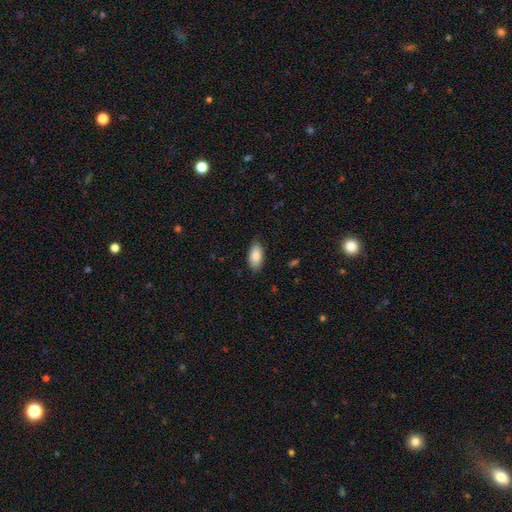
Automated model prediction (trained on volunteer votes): smooth 87%, featured or disk 7%, star or artifact 6%. Down the decision tree: how rounded — in between (92%); merging — none (83%).